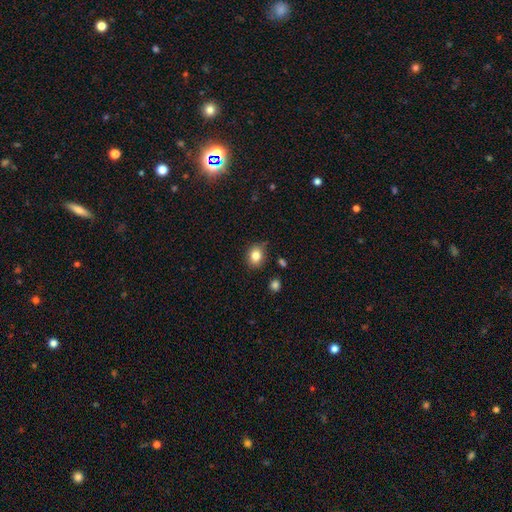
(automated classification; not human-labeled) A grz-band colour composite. It shows a smooth galaxy with no disk features (83%) that is round (55%). Merging: none (78%).